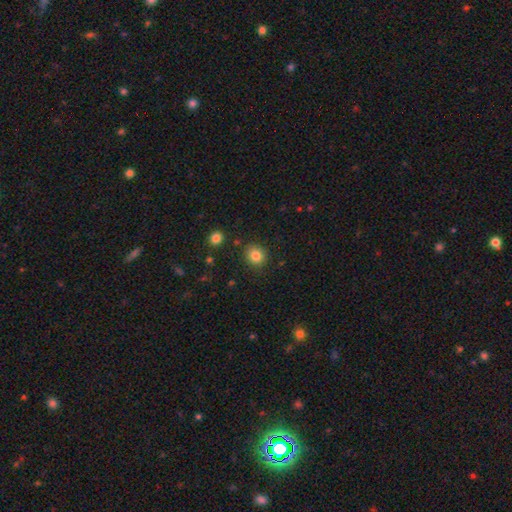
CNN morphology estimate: smooth-or-featured: smooth: 84% | star or artifact: 11% | featured or disk: 6%
  how-rounded: round: 78% | in between: 21% | cigar-shaped: 1%
  merging: none: 87% | minor disturbance: 8% | major disturbance: 2% | merger: 2%